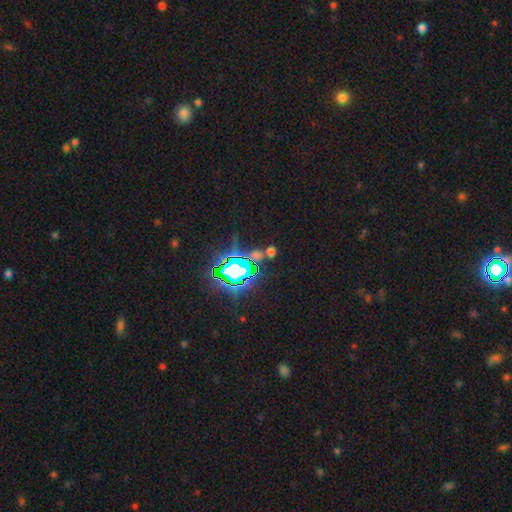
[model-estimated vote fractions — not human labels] This appears to be a star or artifact, not a galaxy (61%).